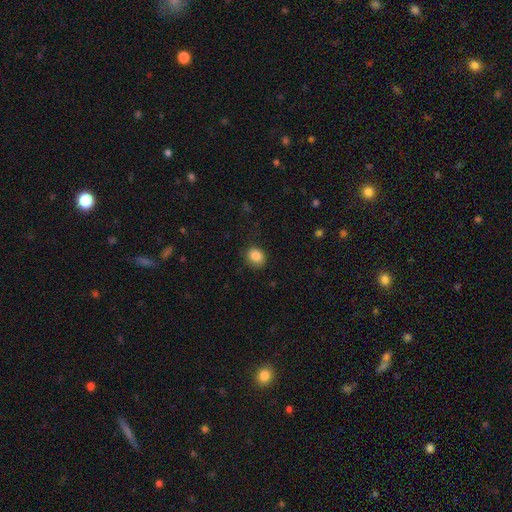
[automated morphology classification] A smooth galaxy with no disk features (86%) that is round (63%). Merging: none (79%).